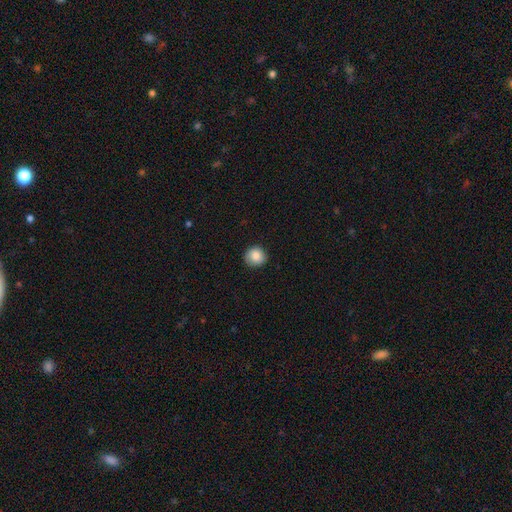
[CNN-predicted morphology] A smooth galaxy with no disk features (85%) that is round (91%). Merging: none (86%).